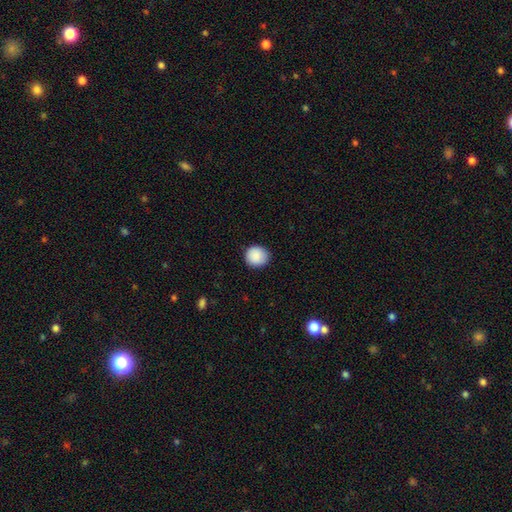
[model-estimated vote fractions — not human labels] A smooth galaxy with no disk features (89%) that is round (89%). Merging: none (88%).